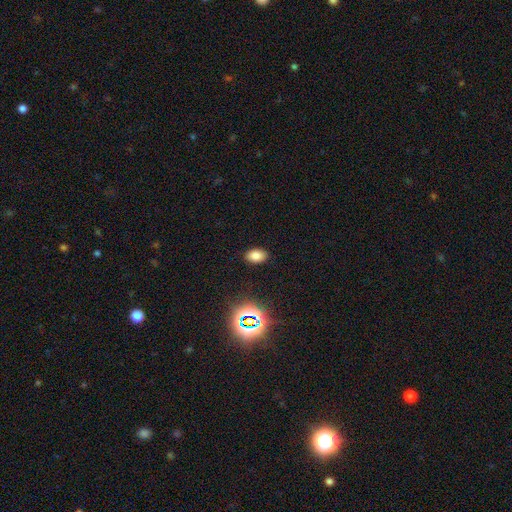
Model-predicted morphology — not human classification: A smooth galaxy with no disk features (78%) that is in between round and cigar-shaped (88%).

Vote fractions:
- Smooth or featured? smooth: 78% / star or artifact: 16% / featured or disk: 6%
- How rounded? in between: 88% / round: 11% / cigar-shaped: 1%
- Merging? none: 88% / minor disturbance: 9% / major disturbance: 2% / merger: 1%